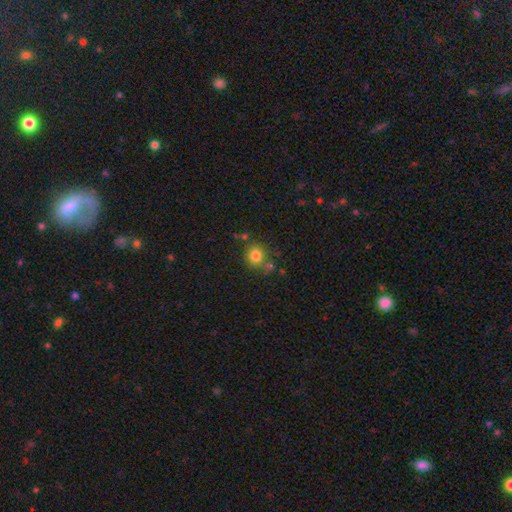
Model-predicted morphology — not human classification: type=smooth (81%); roundness=round (83%); merging=none (69%).